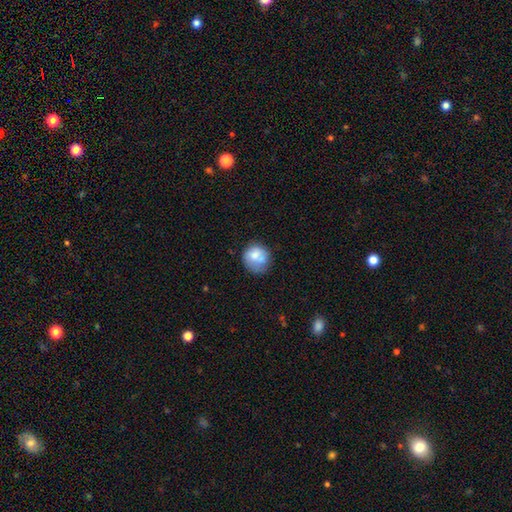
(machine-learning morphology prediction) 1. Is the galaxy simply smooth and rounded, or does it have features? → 74% smooth, 18% featured or disk, 8% star or artifact.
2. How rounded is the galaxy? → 82% round, 17% in between, 1% cigar-shaped.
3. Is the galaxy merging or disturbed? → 56% none, 24% minor disturbance, 12% merger, 9% major disturbance.